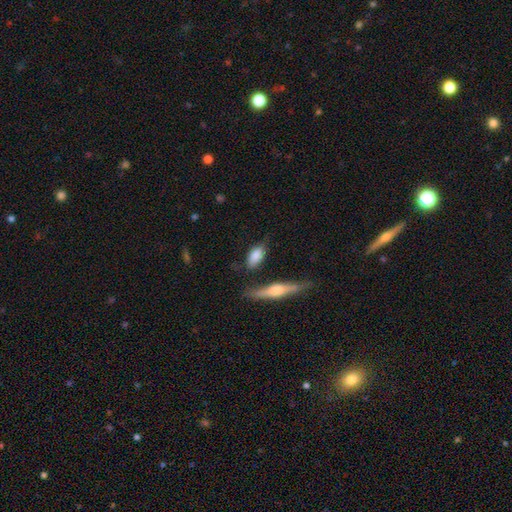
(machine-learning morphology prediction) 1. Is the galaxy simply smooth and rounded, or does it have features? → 77% smooth, 16% featured or disk, 7% star or artifact.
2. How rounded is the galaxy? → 82% in between, 12% cigar-shaped, 5% round.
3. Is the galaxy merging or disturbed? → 65% none, 21% minor disturbance, 7% merger, 7% major disturbance.